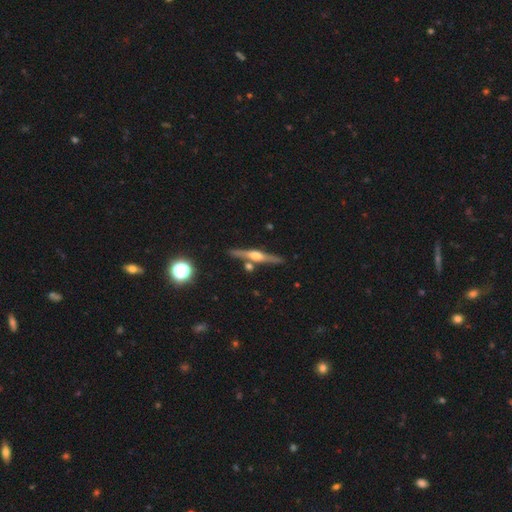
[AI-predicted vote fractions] Overall: featured or disk (77%). Edge-on disk: yes (98%). Edge-on bulge: rounded (91%). Merging: none (83%).